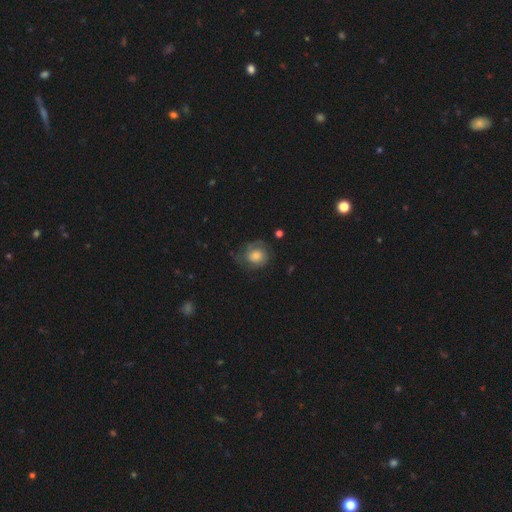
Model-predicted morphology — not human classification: Smooth or featured? smooth (58%)
How rounded? round (80%)
Merging? none (60%)